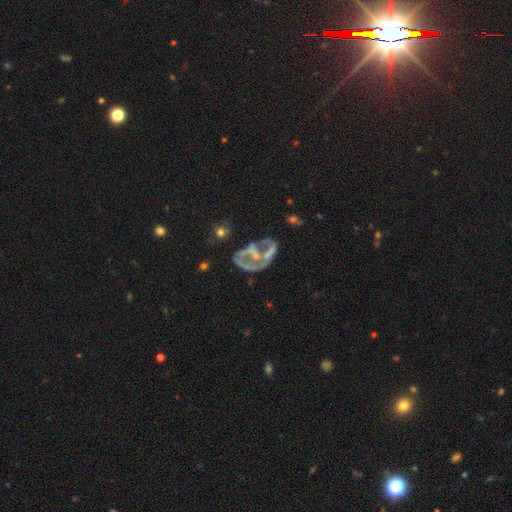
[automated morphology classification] smooth_or_featured: featured or disk (p=0.68) [alt: smooth p=0.18]
disk_edge_on: no (p=0.97) [alt: yes p=0.03]
bar: no (p=0.73) [alt: weak p=0.19]
has_spiral_arms: no (p=0.66) [alt: yes p=0.34]
bulge_size: none (p=0.48) [alt: small p=0.29]
merging: major disturbance (p=0.37) [alt: none p=0.31]